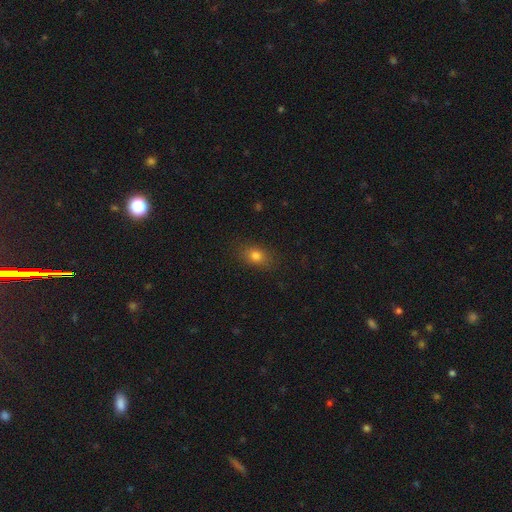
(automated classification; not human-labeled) Smooth or featured? smooth (79%)
How rounded? in between (71%)
Merging? none (83%)